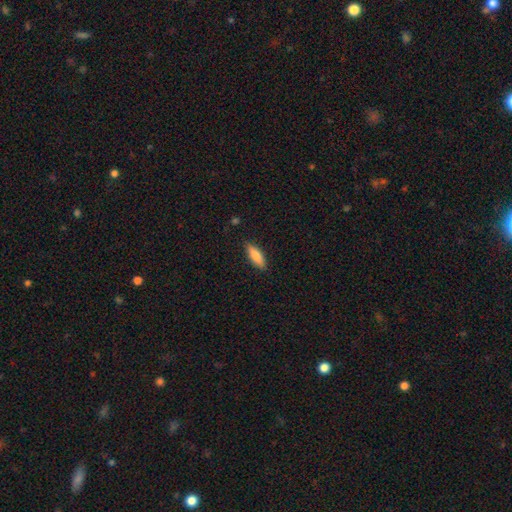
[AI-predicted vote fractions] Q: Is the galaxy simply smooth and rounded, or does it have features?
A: smooth — 78%.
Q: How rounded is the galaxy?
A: cigar-shaped — 54%.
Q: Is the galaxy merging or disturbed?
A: none — 87%.